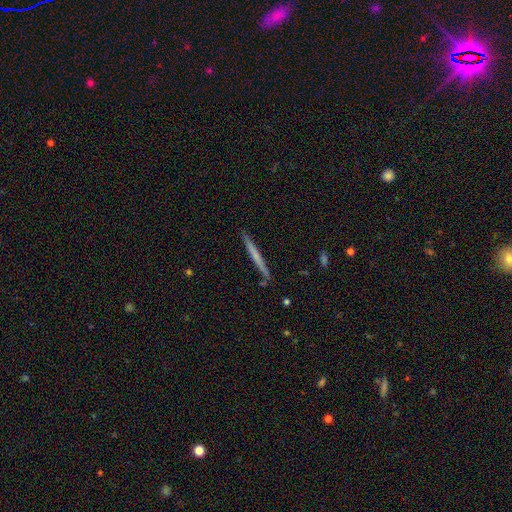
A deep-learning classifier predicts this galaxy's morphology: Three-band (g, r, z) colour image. It shows a smooth galaxy with no disk features (51%) that is cigar-shaped (97%). Merging: none (89%).